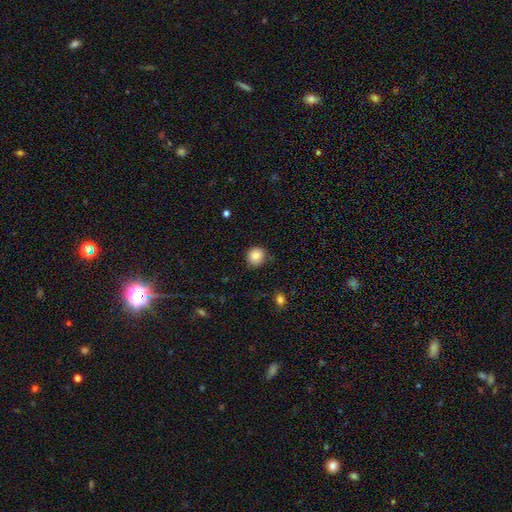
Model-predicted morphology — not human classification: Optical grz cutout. It shows a smooth galaxy with no disk features (85%) that is round (89%). Merging: none (80%).